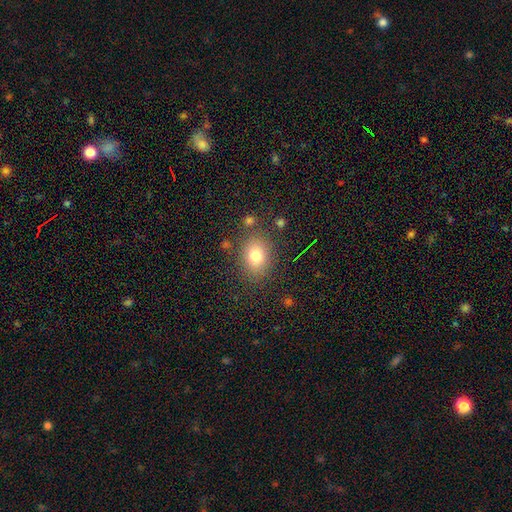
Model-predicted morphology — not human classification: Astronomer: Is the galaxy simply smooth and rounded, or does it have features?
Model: smooth — 77%.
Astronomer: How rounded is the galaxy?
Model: in between — 61% (runner-up: round, 37%).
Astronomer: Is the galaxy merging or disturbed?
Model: none — 81%.